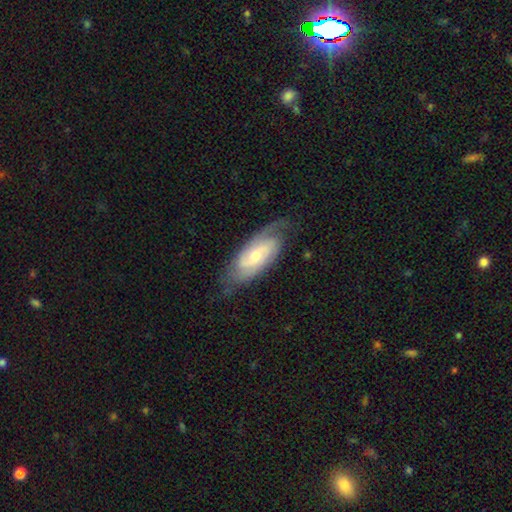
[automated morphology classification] This is likely a featured or disk galaxy (77%). It is clearly not viewed edge-on (91%). Bar: possibly no (52%). Spiral arm pattern: clearly yes (93%). Spiral arm count: likely 2 (64%). Spiral winding: possibly tight (47%). Central bulge: possibly small (50%). Merging: likely none (72%).